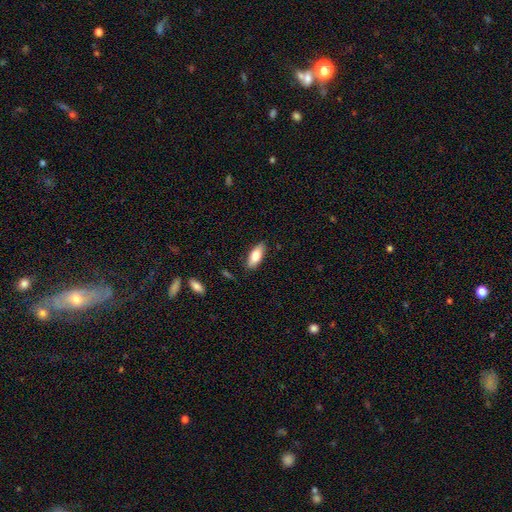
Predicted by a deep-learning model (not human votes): This appears to be a smooth galaxy with no disk features (78%) that is in between round and cigar-shaped (78%). Merging: none (85%).